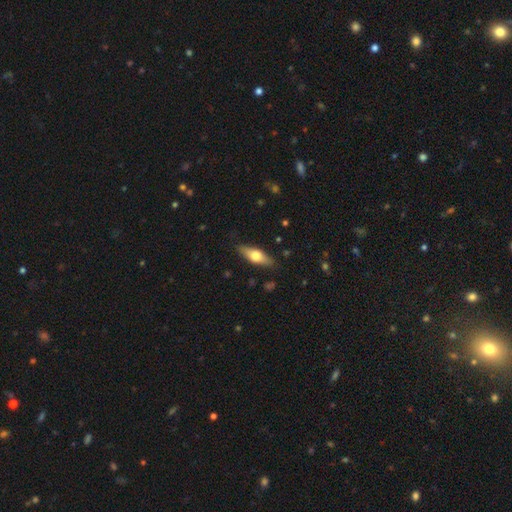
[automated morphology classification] The model was most divided on "smooth or featured": smooth: 52%, featured or disk: 42%, star or artifact: 6%. More confident: merging — none (86%); how rounded — in between (57%).